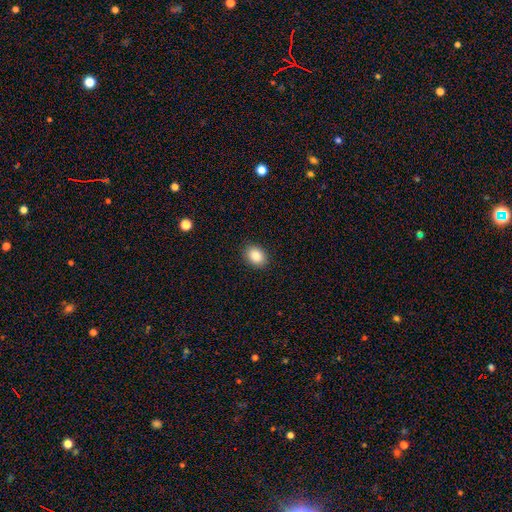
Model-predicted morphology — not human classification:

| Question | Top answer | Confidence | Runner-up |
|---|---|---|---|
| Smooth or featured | smooth | 87% | star or artifact (8%) |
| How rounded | in between | 66% | round (33%) |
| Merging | none | 89% | minor disturbance (8%) |